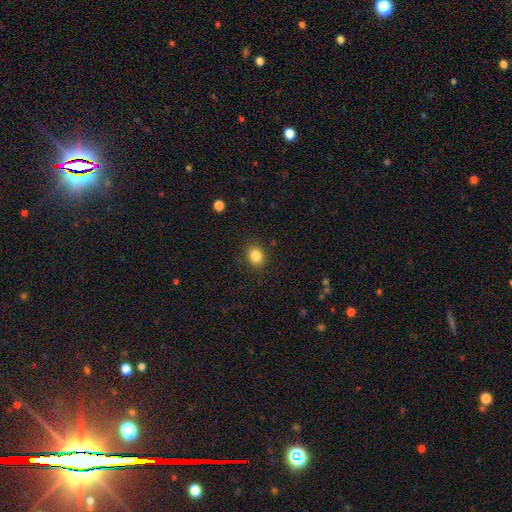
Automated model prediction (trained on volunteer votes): Morphology: type=smooth (84%); roundness=round (54%); merging=none (87%).